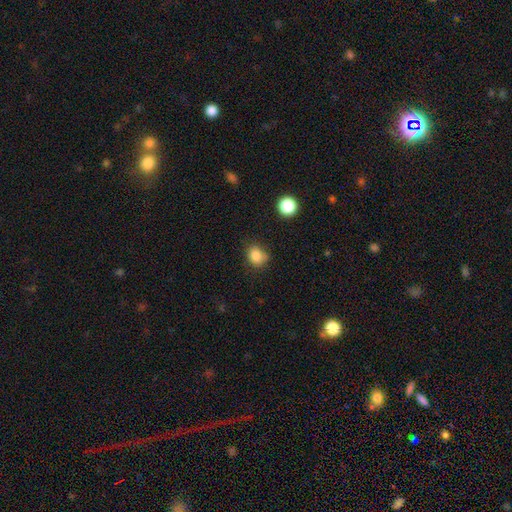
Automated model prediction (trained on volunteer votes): A smooth galaxy with no disk features (84%) that is round (56%).

Vote fractions:
- Smooth or featured? smooth: 84% / star or artifact: 11% / featured or disk: 5%
- How rounded? round: 56% / in between: 43% / cigar-shaped: 1%
- Merging? none: 66% / minor disturbance: 24% / major disturbance: 6% / merger: 4%